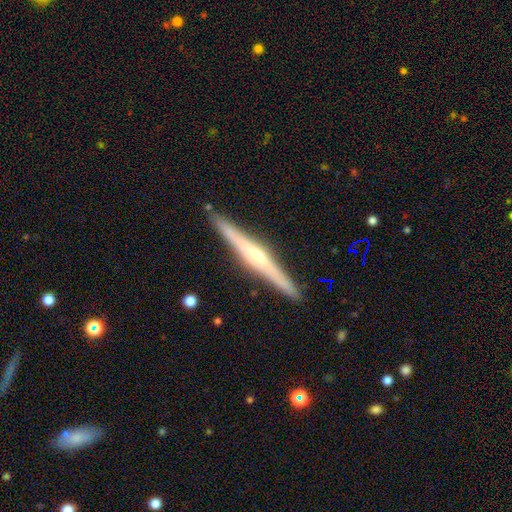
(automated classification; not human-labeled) The model was most divided on "edge-on bulge": rounded: 70%, none: 16%, boxy: 15%. More confident: edge-on disk — yes (98%); merging — none (91%); smooth or featured — featured or disk (74%).